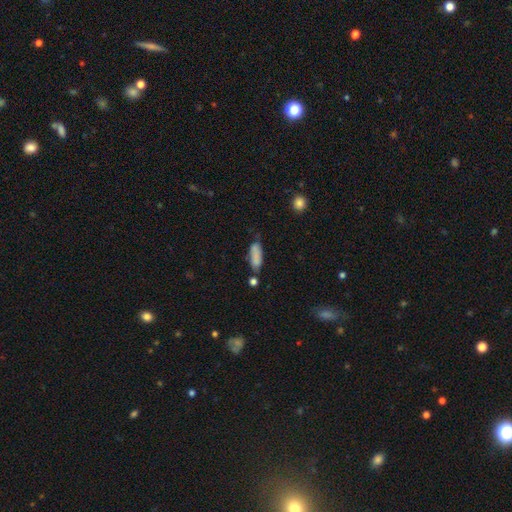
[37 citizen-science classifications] Overall: smooth (76%). How rounded: in between (64%; cigar-shaped 36%). Merging: none (40%, tied with minor disturbance).